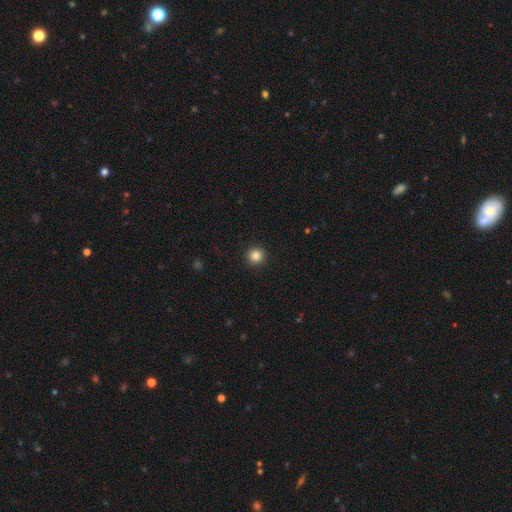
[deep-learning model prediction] Smooth or featured?
  - smooth: 85% *
  - star or artifact: 11%
  - featured or disk: 4%
How rounded?
  - round: 96% *
  - in between: 3%
  - cigar-shaped: 1%
Merging?
  - none: 93% *
  - minor disturbance: 4%
  - major disturbance: 2%
  - merger: 1%